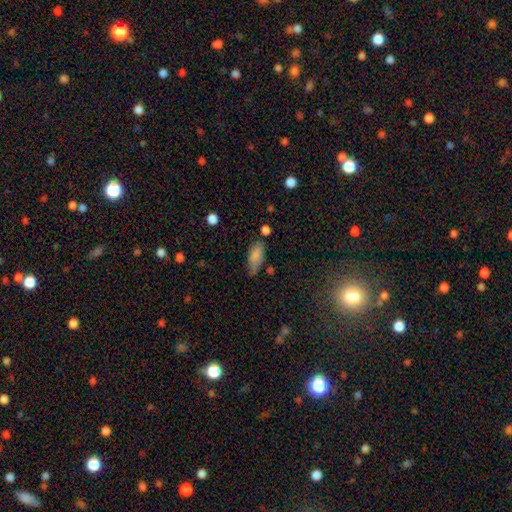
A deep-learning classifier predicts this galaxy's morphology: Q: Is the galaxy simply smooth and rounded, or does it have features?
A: smooth — 82%.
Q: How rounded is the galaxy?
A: in between — 82%.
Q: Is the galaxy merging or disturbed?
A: none — 54%.